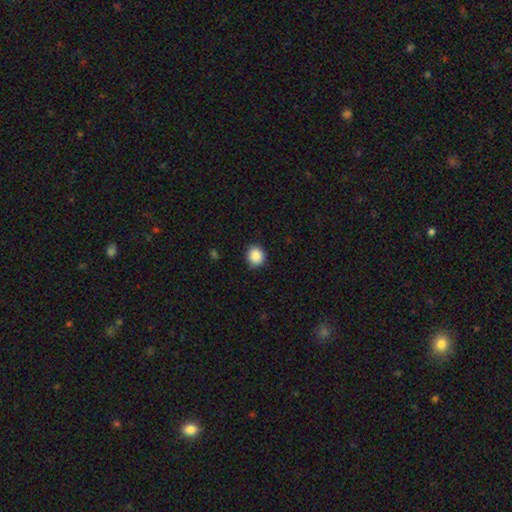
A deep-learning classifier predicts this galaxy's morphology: smooth-or-featured: smooth: 88% | star or artifact: 9% | featured or disk: 3%
  how-rounded: round: 87% | in between: 12% | cigar-shaped: 1%
  merging: none: 86% | minor disturbance: 10% | major disturbance: 2% | merger: 1%